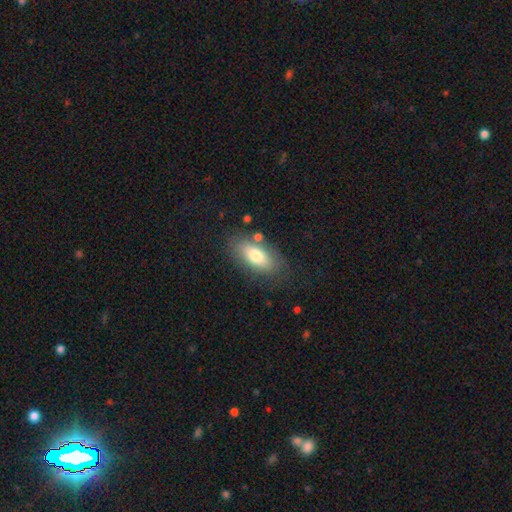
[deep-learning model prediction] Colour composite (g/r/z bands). It shows a smooth galaxy with no disk features (74%) that is in between round and cigar-shaped (86%). Merging: none (74%).